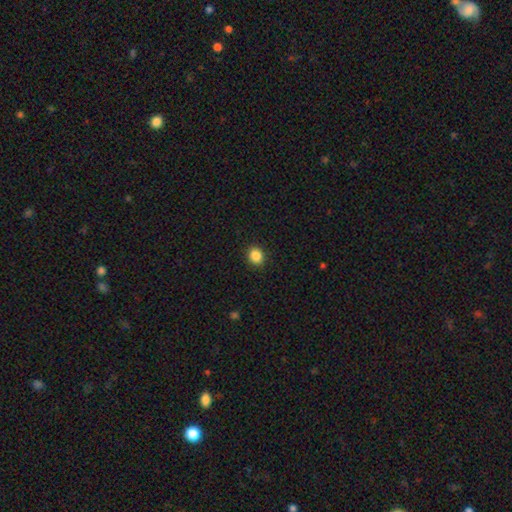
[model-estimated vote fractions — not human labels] Smooth or featured: smooth — 87% (star or artifact — 10%)
How rounded: round — 70% (in between — 29%)
Merging: none — 91% (minor disturbance — 6%)